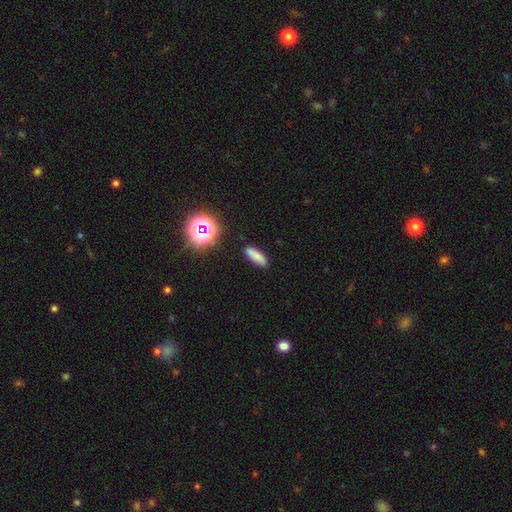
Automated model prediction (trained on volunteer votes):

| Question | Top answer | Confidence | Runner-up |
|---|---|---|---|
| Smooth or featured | smooth | 78% | star or artifact (14%) |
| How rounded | cigar-shaped | 53% | in between (42%) |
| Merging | none | 87% | minor disturbance (9%) |